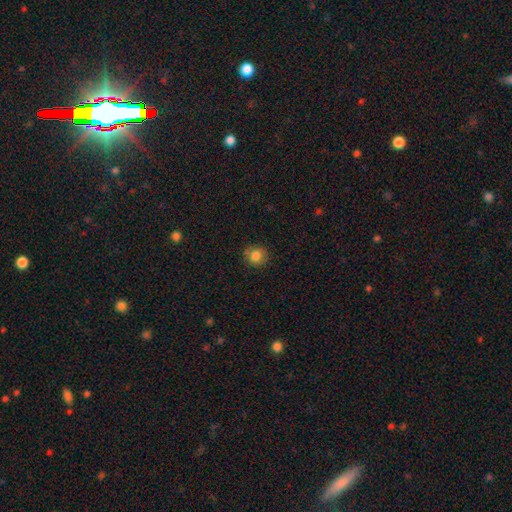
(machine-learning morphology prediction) This is clearly a smooth galaxy (82%). How rounded: clearly round (89%). Merging: clearly none (84%).